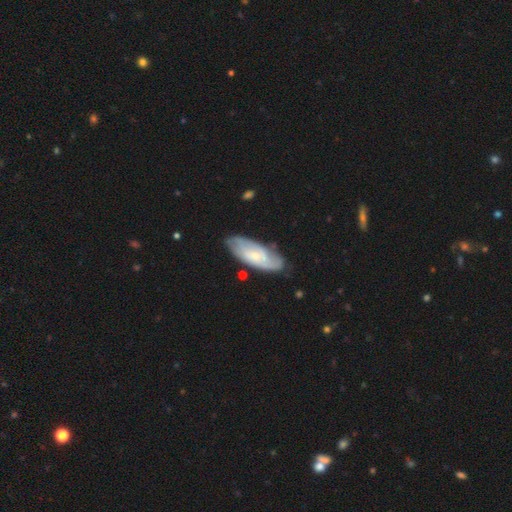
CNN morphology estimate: Q: Smooth or featured?
A: featured or disk (65%); runner-up: smooth (30%)
Q: Edge-on disk?
A: no (88%); runner-up: yes (12%)
Q: Bar?
A: no (64%); runner-up: weak (30%)
Q: Spiral arms?
A: yes (87%); runner-up: no (13%)
Q: Bulge size?
A: small (64%); runner-up: moderate (29%)
Q: Merging?
A: none (74%); runner-up: minor disturbance (19%)